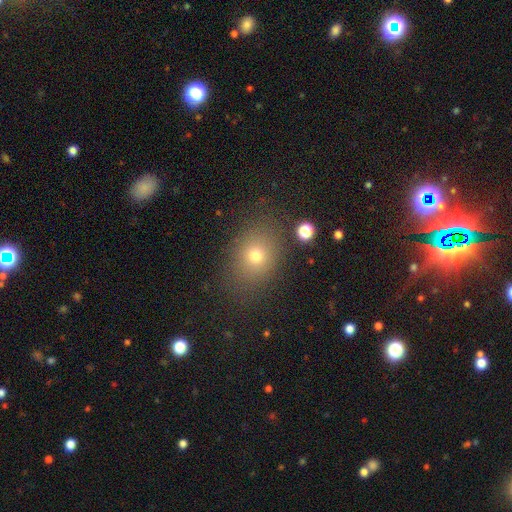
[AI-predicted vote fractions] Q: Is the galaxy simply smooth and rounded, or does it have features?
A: smooth — 71%.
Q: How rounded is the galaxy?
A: in between — 54%.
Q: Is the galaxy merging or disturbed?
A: none — 81%.